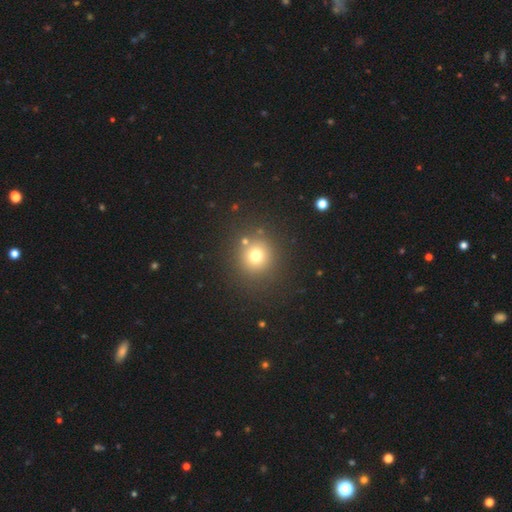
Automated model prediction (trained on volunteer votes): The model was most divided on "smooth or featured": smooth: 72%, star or artifact: 18%, featured or disk: 10%. More confident: how rounded — round (92%); merging — none (84%).